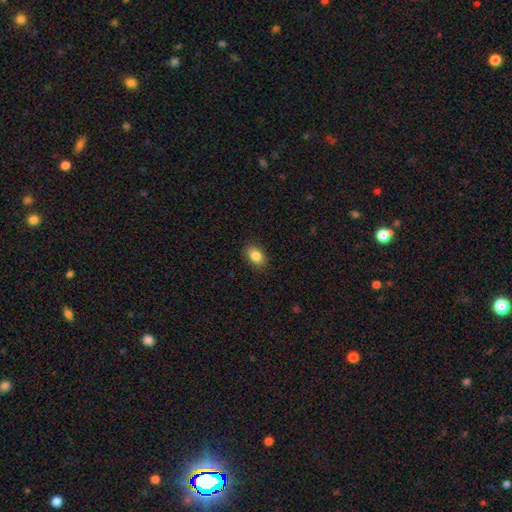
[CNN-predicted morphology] The model was most divided on "how rounded": in between: 78%, round: 21%, cigar-shaped: 1%. More confident: merging — none (88%); smooth or featured — smooth (86%).